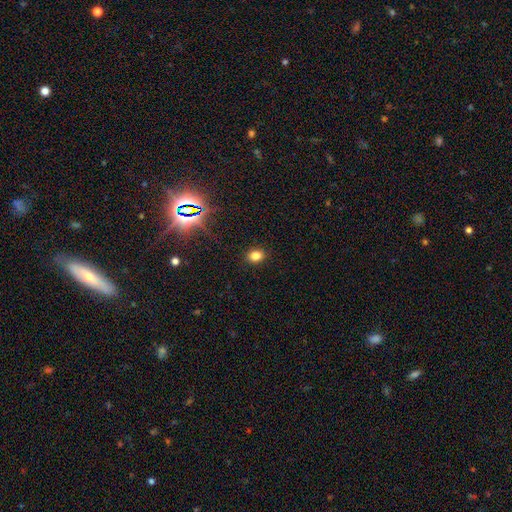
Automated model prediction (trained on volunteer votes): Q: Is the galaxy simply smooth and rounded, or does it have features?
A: smooth — 79%.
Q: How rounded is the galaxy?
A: round — 50%.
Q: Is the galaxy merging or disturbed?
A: none — 89%.